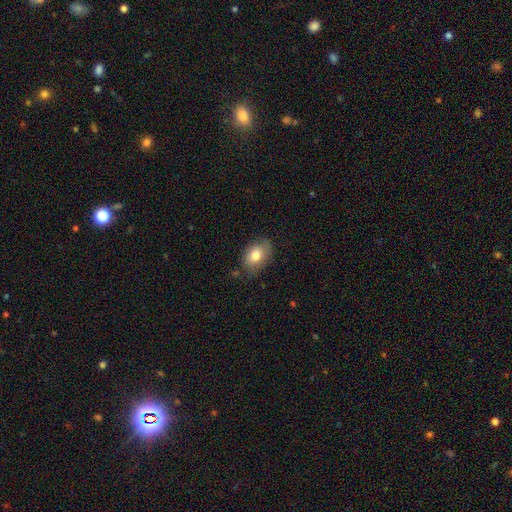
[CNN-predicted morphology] A smooth galaxy with no disk features (78%) that is in between round and cigar-shaped (83%). Merging: none (74%).